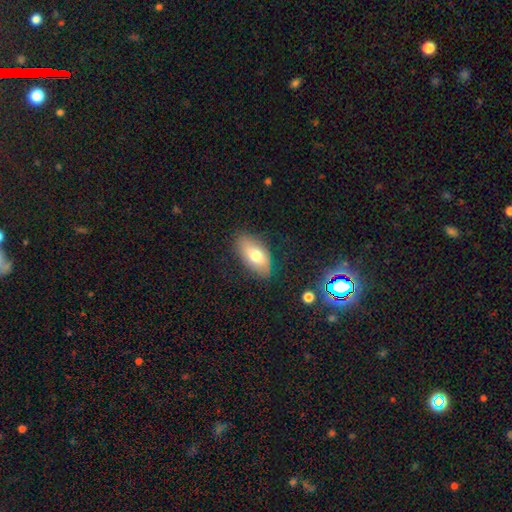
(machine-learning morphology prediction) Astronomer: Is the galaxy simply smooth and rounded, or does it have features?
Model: smooth — 72%.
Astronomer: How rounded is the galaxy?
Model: in between — 91%.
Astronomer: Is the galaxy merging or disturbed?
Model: none — 80%.